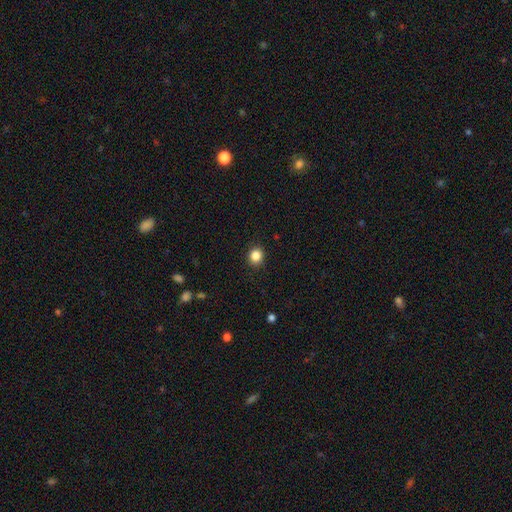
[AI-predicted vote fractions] Smooth or featured?
  - smooth: 85% *
  - star or artifact: 11%
  - featured or disk: 4%
How rounded?
  - round: 84% *
  - in between: 15%
  - cigar-shaped: 1%
Merging?
  - none: 92% *
  - minor disturbance: 6%
  - major disturbance: 2%
  - merger: 1%